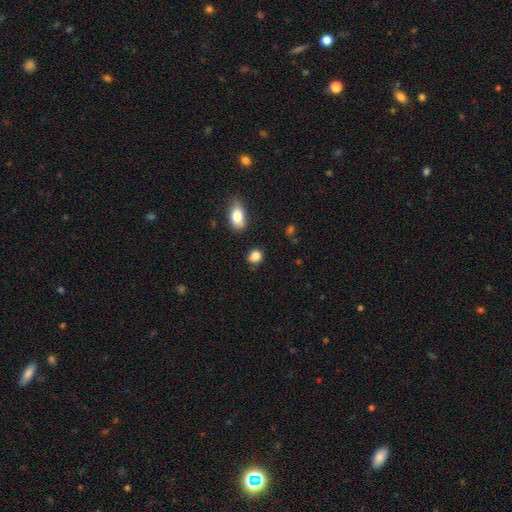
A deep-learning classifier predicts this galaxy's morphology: Smooth or featured? Predicted: smooth (p=0.85). How rounded? Predicted: round (p=0.65). Merging? Predicted: none (p=0.74).